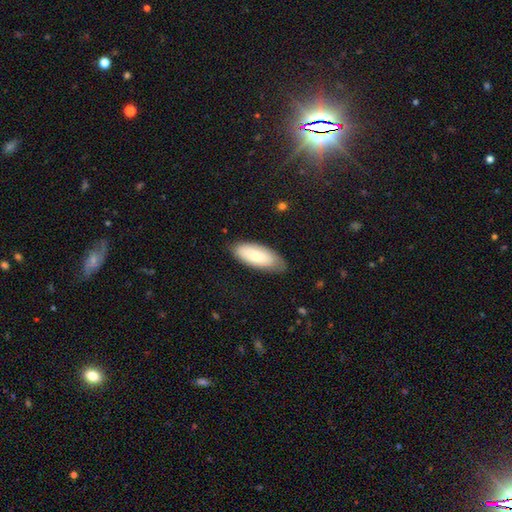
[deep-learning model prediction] Morphology: type=smooth (78%); roundness=in between (82%); merging=none (75%).